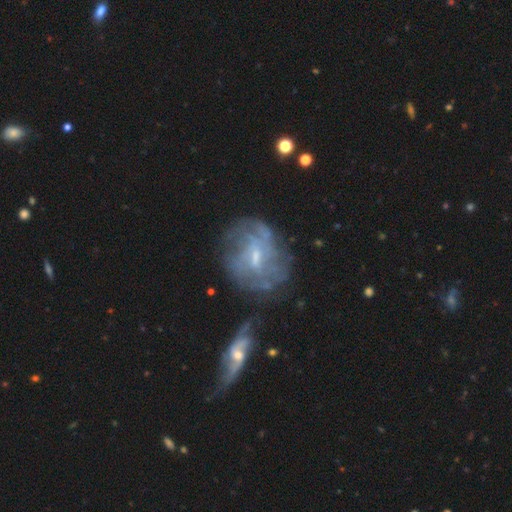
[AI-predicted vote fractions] A featured or disk galaxy (76%) with a weak bar (58%), tight (41%) spiral arms (76%) and a small central bulge (57%). Merging: none (57%).